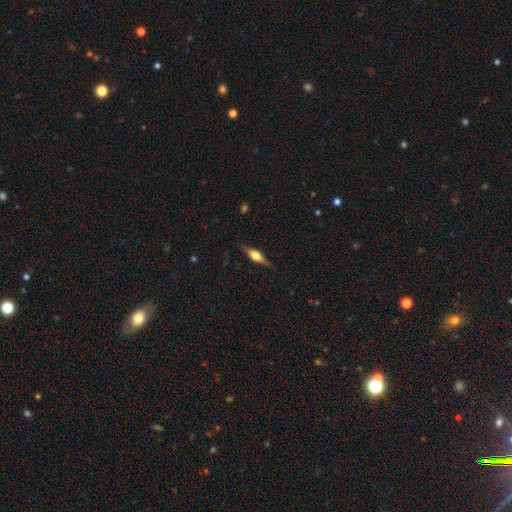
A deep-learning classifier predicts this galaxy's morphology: This is likely a featured or disk galaxy (60%). It is clearly viewed edge-on (95%). Edge-on bulge: clearly rounded (86%). Merging: clearly none (83%).